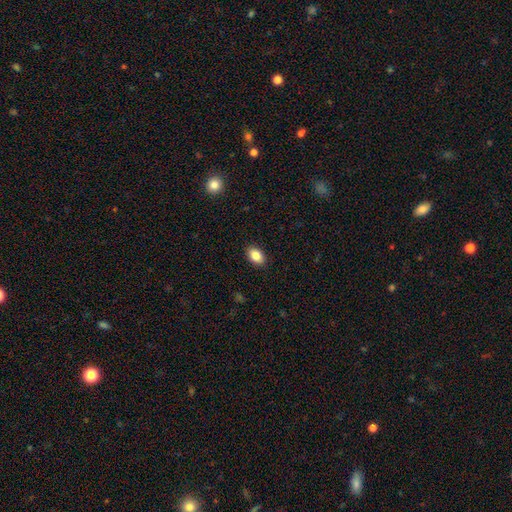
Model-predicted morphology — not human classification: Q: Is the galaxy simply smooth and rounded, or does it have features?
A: smooth — 85%.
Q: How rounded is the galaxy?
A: in between — 89%.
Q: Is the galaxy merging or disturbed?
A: none — 90%.